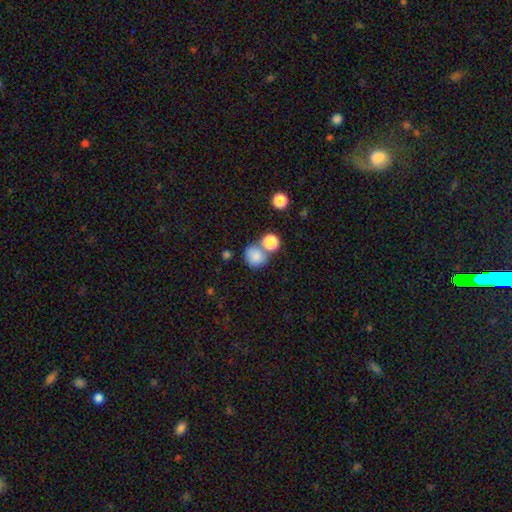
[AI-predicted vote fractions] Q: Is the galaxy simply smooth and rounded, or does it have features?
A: smooth — 81%.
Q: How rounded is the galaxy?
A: round — 78%.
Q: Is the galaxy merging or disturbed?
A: none — 49%.